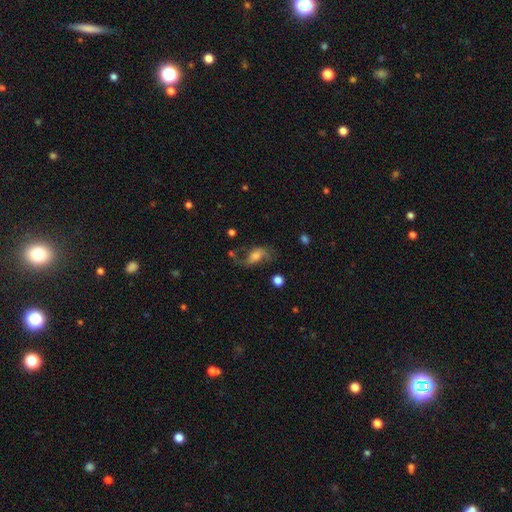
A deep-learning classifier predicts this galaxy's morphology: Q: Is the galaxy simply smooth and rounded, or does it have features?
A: featured or disk — 66%.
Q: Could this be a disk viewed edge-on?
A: no — 95%.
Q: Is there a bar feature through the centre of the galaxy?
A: no — 51%.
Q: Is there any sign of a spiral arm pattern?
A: yes — 89%.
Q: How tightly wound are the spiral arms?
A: loose — 71%.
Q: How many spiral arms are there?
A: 2 — 86%.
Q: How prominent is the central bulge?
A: moderate — 50%.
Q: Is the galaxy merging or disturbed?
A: none — 54%.